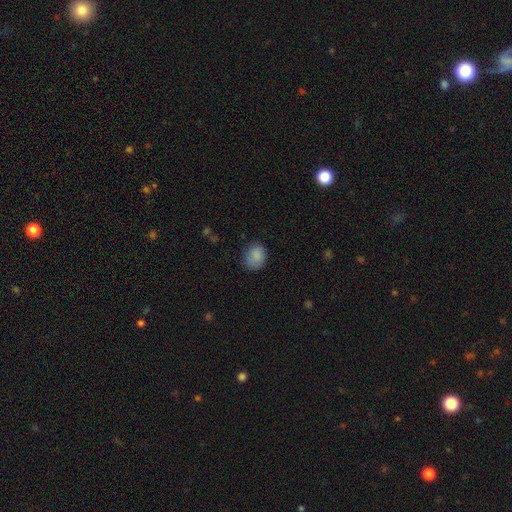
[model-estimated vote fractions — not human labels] smooth_or_featured: smooth (p=0.86) [alt: star or artifact p=0.08]
how_rounded: round (p=0.58) [alt: in between p=0.41]
merging: none (p=0.73) [alt: minor disturbance p=0.21]